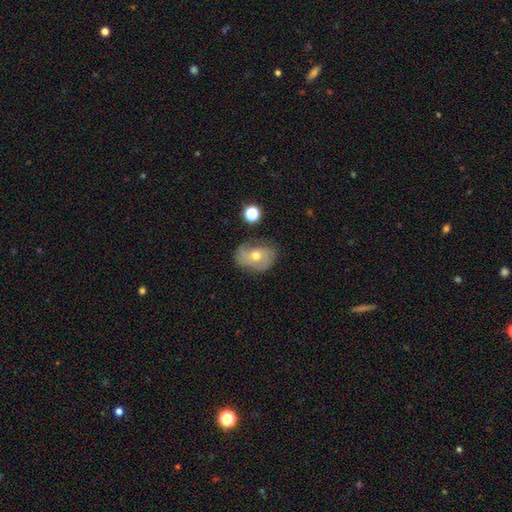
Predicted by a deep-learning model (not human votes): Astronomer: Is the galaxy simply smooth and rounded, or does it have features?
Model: featured or disk — 53% (runner-up: smooth, 37%).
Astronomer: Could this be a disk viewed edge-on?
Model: no — 95%.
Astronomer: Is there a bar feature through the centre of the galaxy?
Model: no — 76%.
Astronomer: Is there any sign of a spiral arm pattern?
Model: yes — 75%.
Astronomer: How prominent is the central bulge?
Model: moderate — 71%.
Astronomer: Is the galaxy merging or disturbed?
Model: none — 60%.